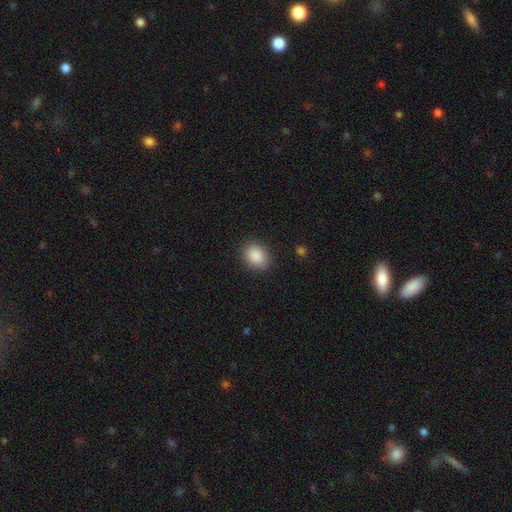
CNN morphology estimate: This is clearly a smooth galaxy (89%). How rounded: likely in between (62%). Merging: clearly none (87%).